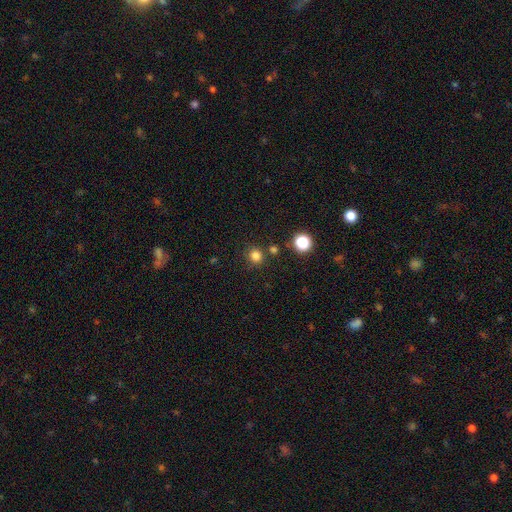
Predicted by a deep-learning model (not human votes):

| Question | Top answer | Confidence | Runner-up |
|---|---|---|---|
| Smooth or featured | smooth | 81% | star or artifact (15%) |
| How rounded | round | 91% | in between (8%) |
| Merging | none | 83% | minor disturbance (7%) |